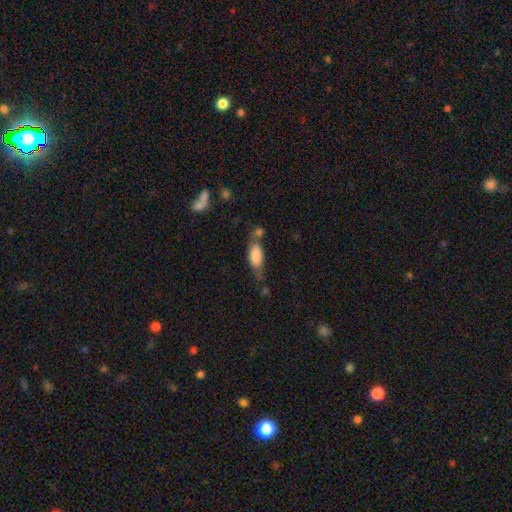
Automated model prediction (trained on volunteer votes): Overall: smooth (79%). How rounded: in between (75%). Merging: none (43%; minor disturbance 26%).